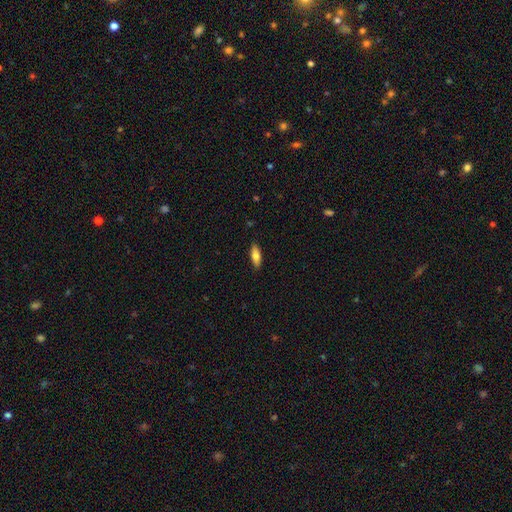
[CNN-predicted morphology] smooth_or_featured: smooth (p=0.77) [alt: featured or disk p=0.17]
how_rounded: in between (p=0.66) [alt: cigar-shaped p=0.31]
merging: none (p=0.89) [alt: minor disturbance p=0.09]